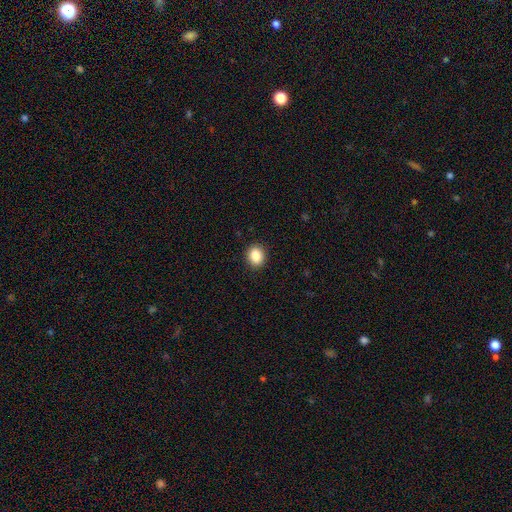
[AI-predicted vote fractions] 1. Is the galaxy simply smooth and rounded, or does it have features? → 87% smooth, 9% star or artifact, 4% featured or disk.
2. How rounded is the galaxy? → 55% round, 44% in between, 1% cigar-shaped.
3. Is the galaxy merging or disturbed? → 91% none, 6% minor disturbance, 2% major disturbance, 1% merger.